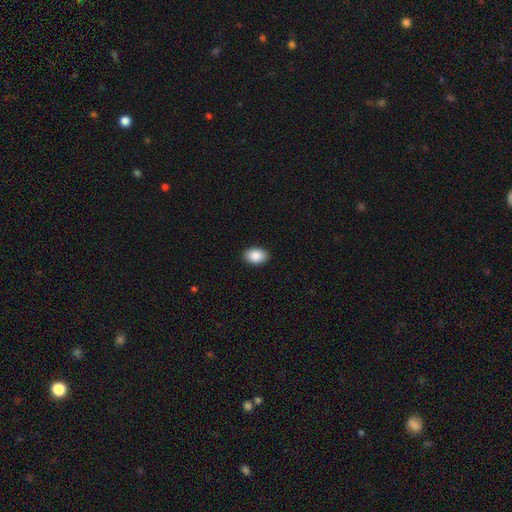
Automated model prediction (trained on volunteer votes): This is clearly a smooth galaxy (89%). How rounded: clearly in between (85%). Merging: clearly none (90%).